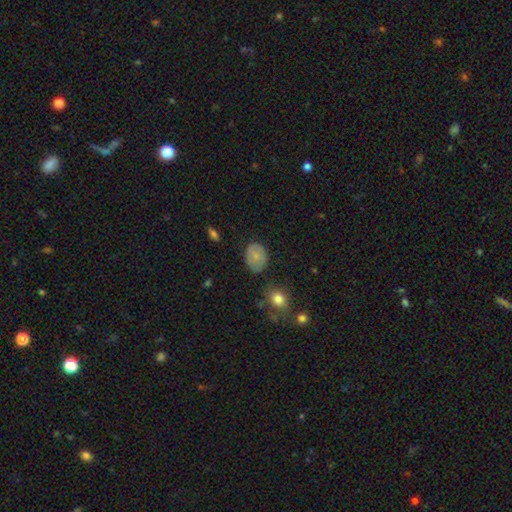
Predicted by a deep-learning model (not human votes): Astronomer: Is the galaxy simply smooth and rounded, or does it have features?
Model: smooth — 77%.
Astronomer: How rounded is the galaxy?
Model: in between — 67%.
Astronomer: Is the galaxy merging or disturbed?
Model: none — 69%.